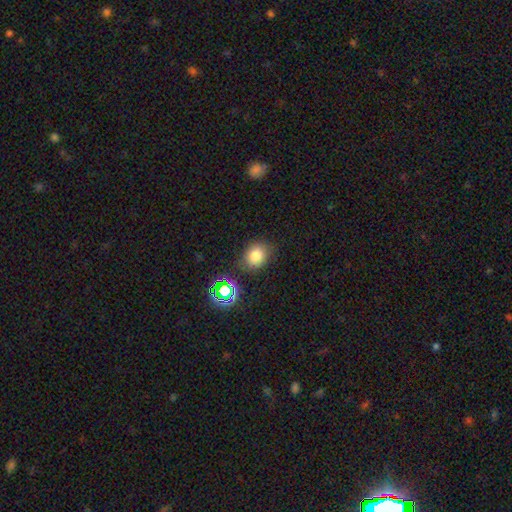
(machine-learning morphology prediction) A smooth galaxy with no disk features (76%) that is round (55%). Merging: none (78%).